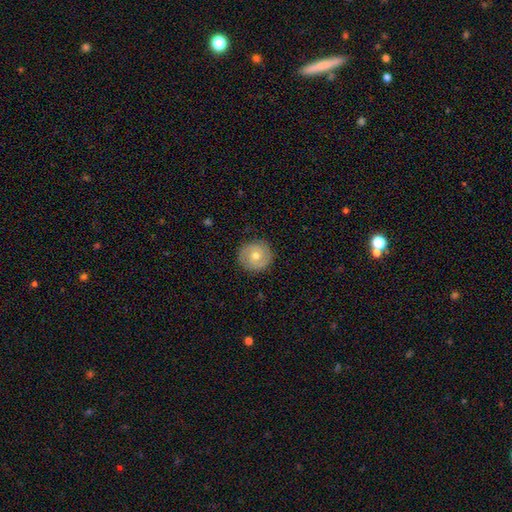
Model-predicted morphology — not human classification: Smooth or featured?
  - featured or disk: 49% *
  - smooth: 43%
  - star or artifact: 8%
Merging?
  - none: 87% *
  - minor disturbance: 9%
  - major disturbance: 3%
  - merger: 1%